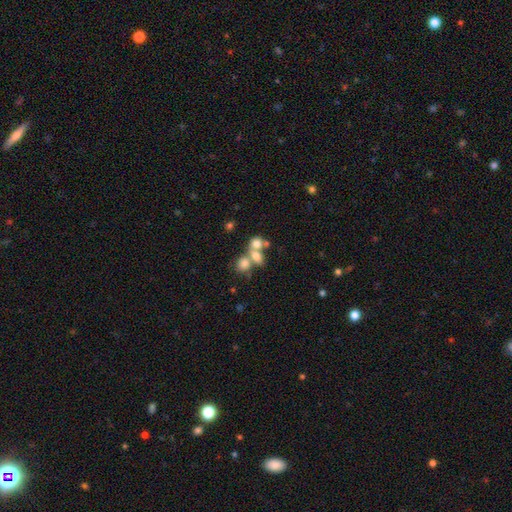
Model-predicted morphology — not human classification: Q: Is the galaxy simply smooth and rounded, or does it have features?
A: smooth — 69%.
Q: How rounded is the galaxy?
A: round — 54%.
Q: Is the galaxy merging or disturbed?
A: merger — 59%.